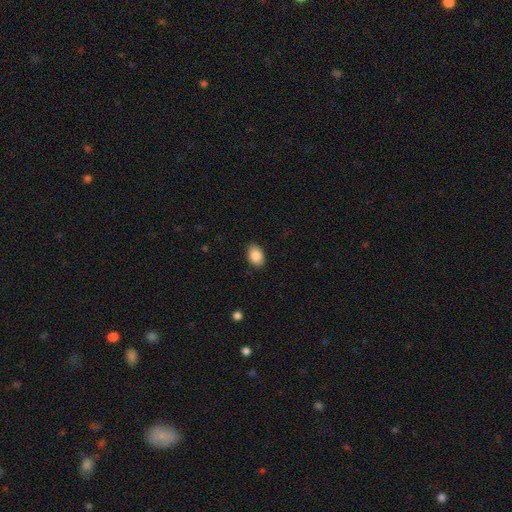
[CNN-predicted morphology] Smooth or featured?
  - smooth: 86% *
  - star or artifact: 7%
  - featured or disk: 6%
How rounded?
  - in between: 84% *
  - round: 15%
  - cigar-shaped: 1%
Merging?
  - none: 87% *
  - minor disturbance: 10%
  - major disturbance: 2%
  - merger: 1%